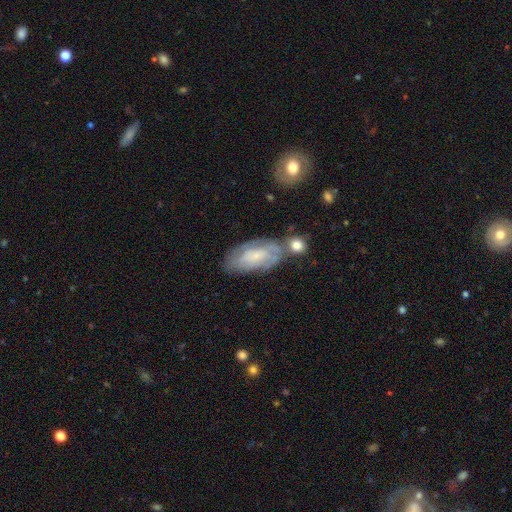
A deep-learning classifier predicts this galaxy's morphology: featured or disk 57%, smooth 34%, star or artifact 9%. Down the decision tree: edge-on disk — no (89%); bar — no (57%); spiral arms — yes (76%); bulge size — small (47%); merging — none (62%).